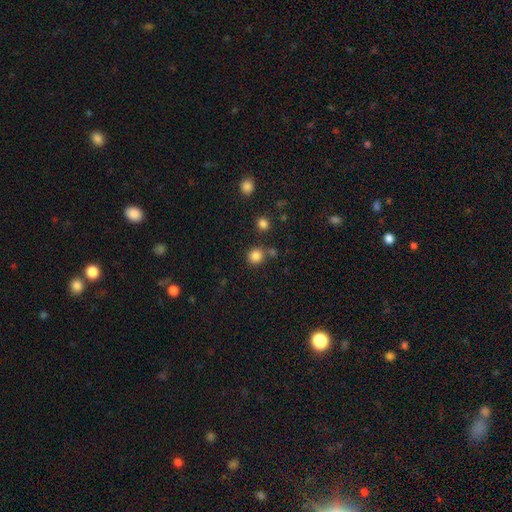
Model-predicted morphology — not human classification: type=smooth (84%); roundness=round (89%); merging=none (75%).